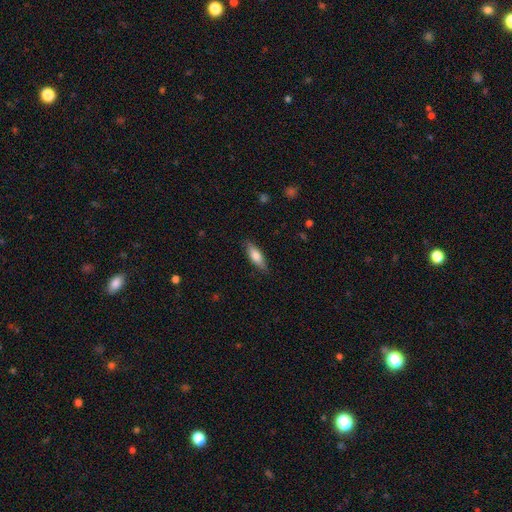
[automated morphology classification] Smooth or featured? smooth (75%)
How rounded? in between (59%)
Merging? none (84%)